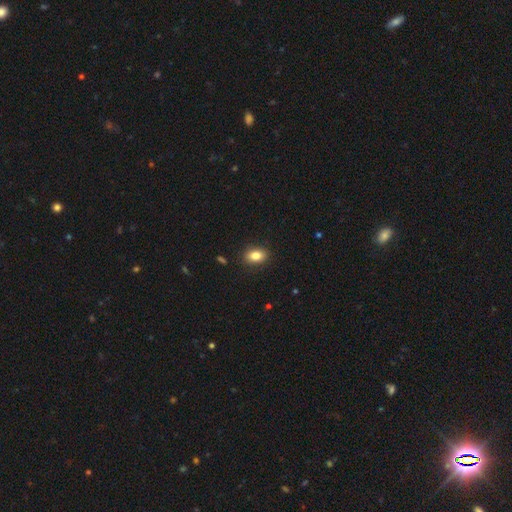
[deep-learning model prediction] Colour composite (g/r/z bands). It shows a smooth galaxy with no disk features (84%) that is in between round and cigar-shaped (82%). Merging: none (88%).